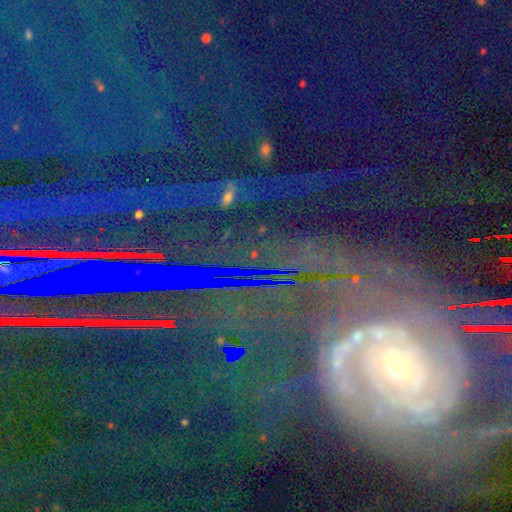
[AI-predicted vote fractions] Smooth or featured: star or artifact — 49% (featured or disk — 35%)